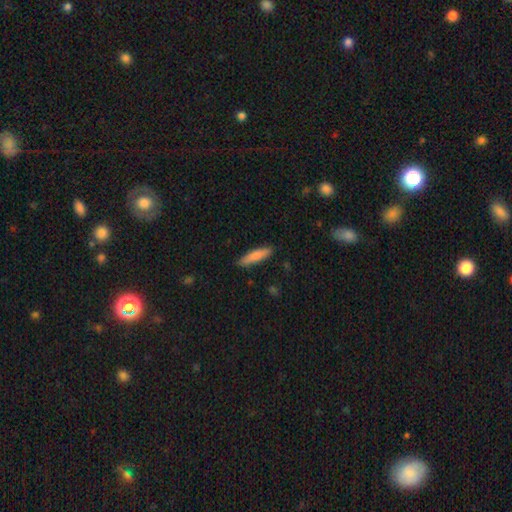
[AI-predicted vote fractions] Smooth or featured?
  - smooth: 80% *
  - featured or disk: 14%
  - star or artifact: 5%
How rounded?
  - cigar-shaped: 81% *
  - in between: 18%
  - round: 1%
Merging?
  - none: 86% *
  - minor disturbance: 10%
  - major disturbance: 2%
  - merger: 1%